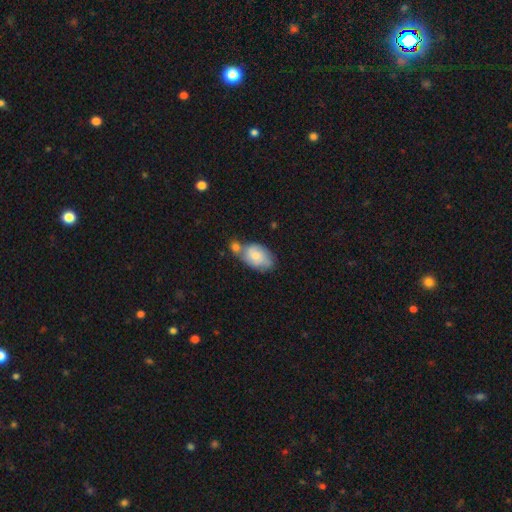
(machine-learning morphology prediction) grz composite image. It shows a smooth galaxy with no disk features (55%) that is in between round and cigar-shaped (88%). Merging: merger (38%).